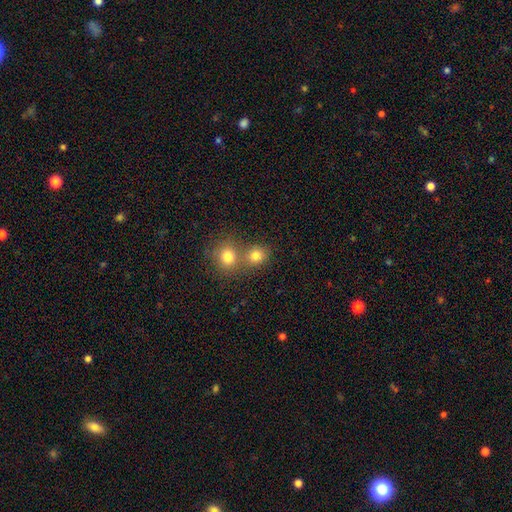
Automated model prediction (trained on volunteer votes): Smooth or featured? smooth (78%)
How rounded? round (77%)
Merging? none (48%)